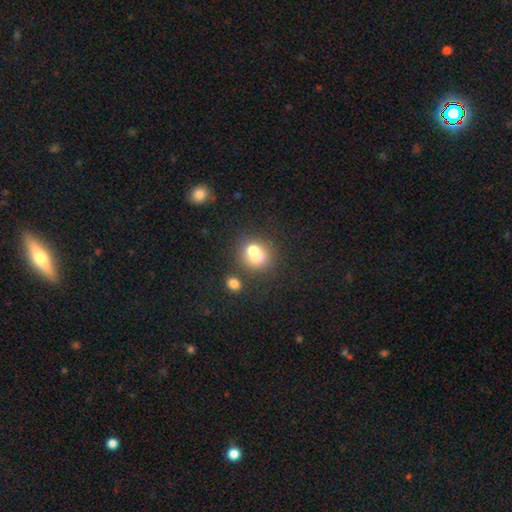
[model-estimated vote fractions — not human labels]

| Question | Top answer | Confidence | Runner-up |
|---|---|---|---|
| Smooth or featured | smooth | 69% | featured or disk (20%) |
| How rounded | round | 74% | in between (25%) |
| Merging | merger | 51% | none (37%) |